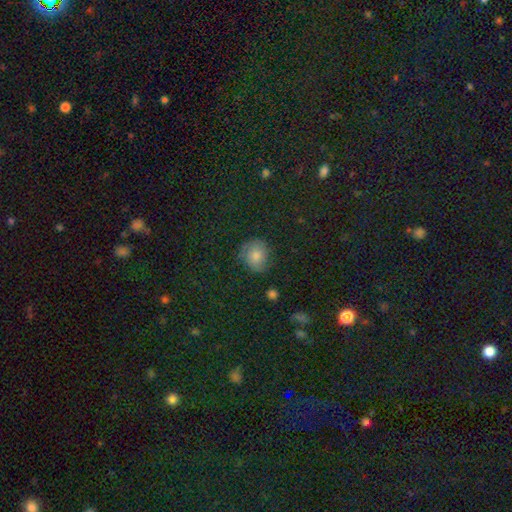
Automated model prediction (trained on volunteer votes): This appears to be a smooth galaxy with no disk features (70%) that is round (76%). Merging: none (76%).